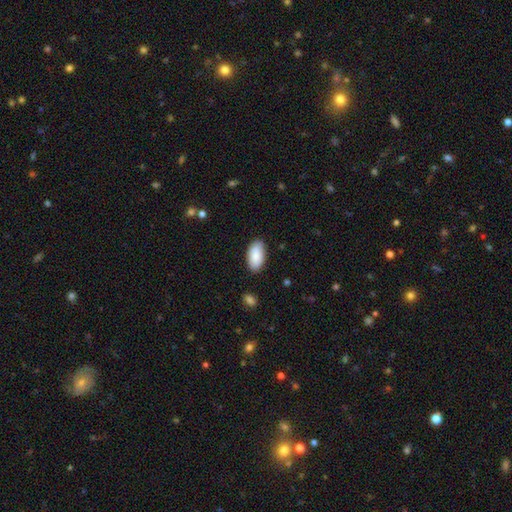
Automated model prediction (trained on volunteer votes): smooth-or-featured: smooth: 89% | star or artifact: 6% | featured or disk: 6%
  how-rounded: in between: 95% | cigar-shaped: 3% | round: 2%
  merging: none: 85% | minor disturbance: 11% | major disturbance: 2% | merger: 1%